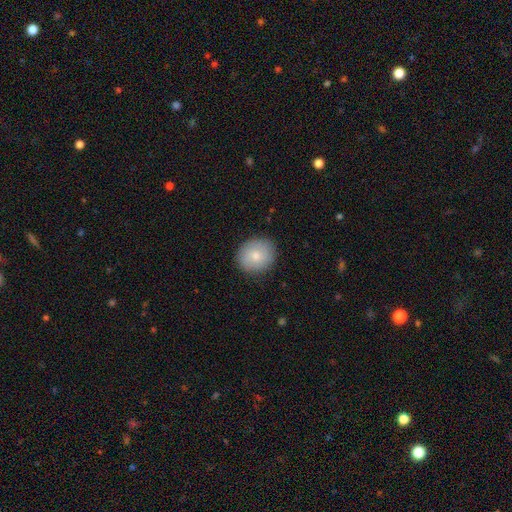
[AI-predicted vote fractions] smooth-or-featured: smooth: 78% | featured or disk: 15% | star or artifact: 7%
  how-rounded: round: 76% | in between: 23% | cigar-shaped: 1%
  merging: none: 88% | minor disturbance: 9% | major disturbance: 2% | merger: 1%